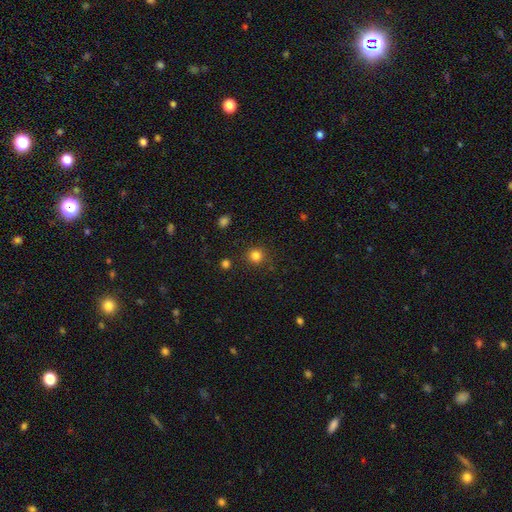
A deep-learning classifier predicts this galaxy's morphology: This appears to be a smooth galaxy with no disk features (82%) that is round (93%). Merging: none (88%).